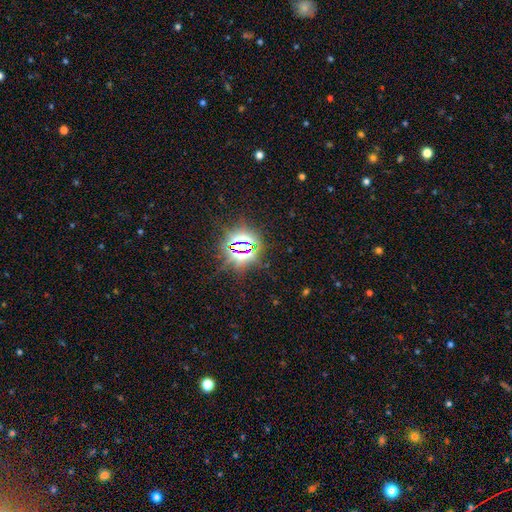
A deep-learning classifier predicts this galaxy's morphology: smooth-or-featured: star or artifact: 83% | smooth: 10% | featured or disk: 7%